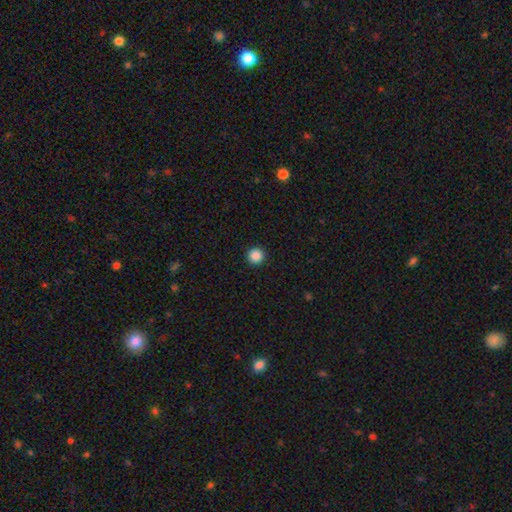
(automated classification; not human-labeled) Smooth or featured: smooth — 87% (star or artifact — 10%)
How rounded: round — 96% (in between — 3%)
Merging: none — 93% (minor disturbance — 4%)